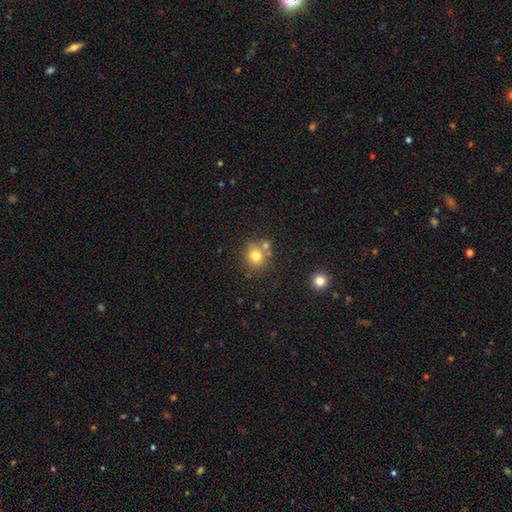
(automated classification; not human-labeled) smooth-or-featured: smooth: 76% | star or artifact: 12% | featured or disk: 12%
  how-rounded: round: 80% | in between: 19% | cigar-shaped: 1%
  merging: none: 60% | merger: 25% | minor disturbance: 11% | major disturbance: 4%